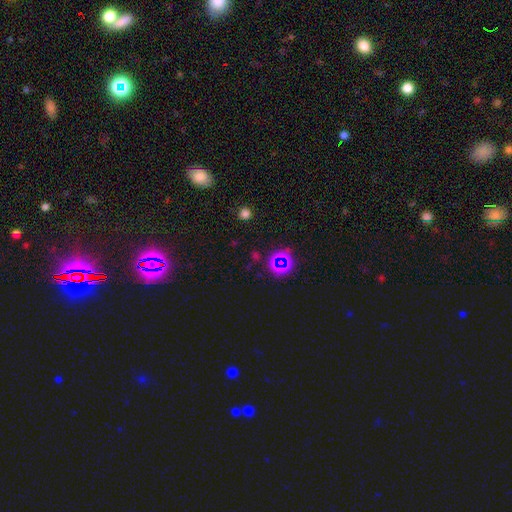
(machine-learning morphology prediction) Smooth or featured?
  - star or artifact: 61% *
  - smooth: 30%
  - featured or disk: 9%